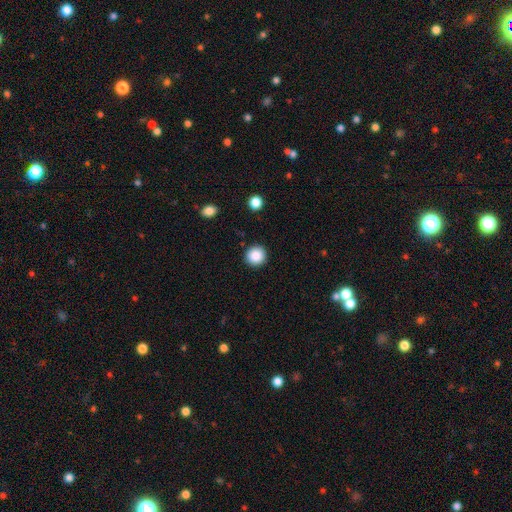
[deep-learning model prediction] smooth 87%, star or artifact 9%, featured or disk 4%. Down the decision tree: how rounded — round (93%); merging — none (91%).